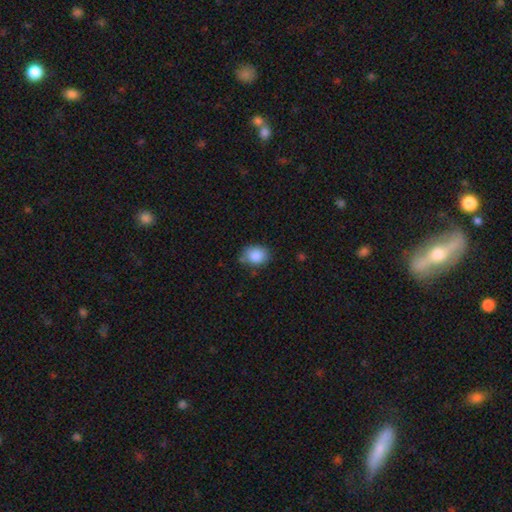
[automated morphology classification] type=smooth (87%); roundness=in between (56%); merging=none (72%).